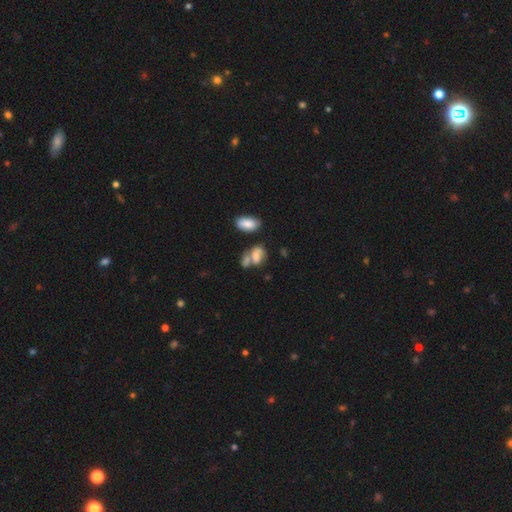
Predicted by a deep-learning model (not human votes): Smooth or featured? smooth (57%)
How rounded? in between (80%)
Merging? merger (38%)